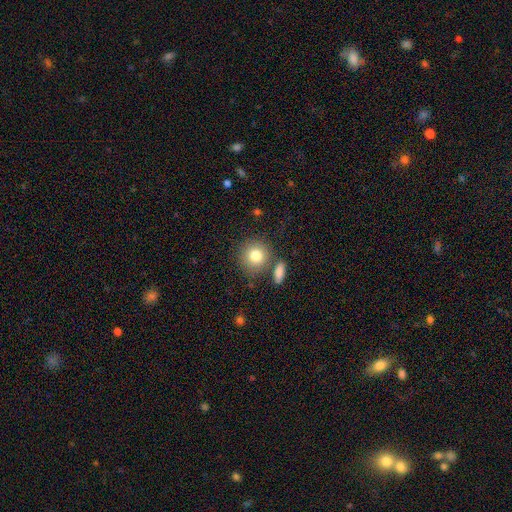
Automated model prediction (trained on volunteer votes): This appears to be a smooth galaxy with no disk features (82%) that is round (88%). Merging: none (72%).